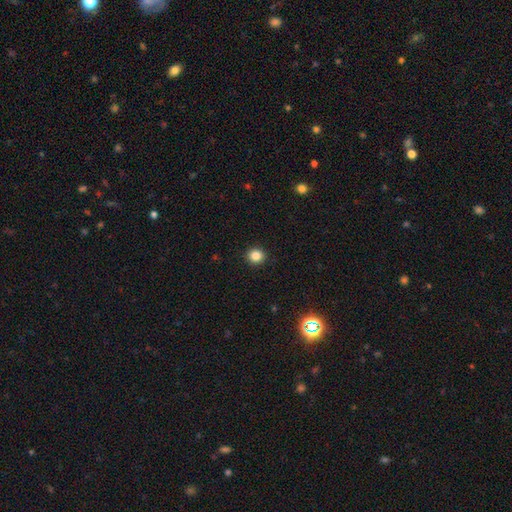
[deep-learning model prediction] The model was most divided on "smooth or featured": smooth: 85%, star or artifact: 11%, featured or disk: 4%. More confident: merging — none (93%); how rounded — round (90%).